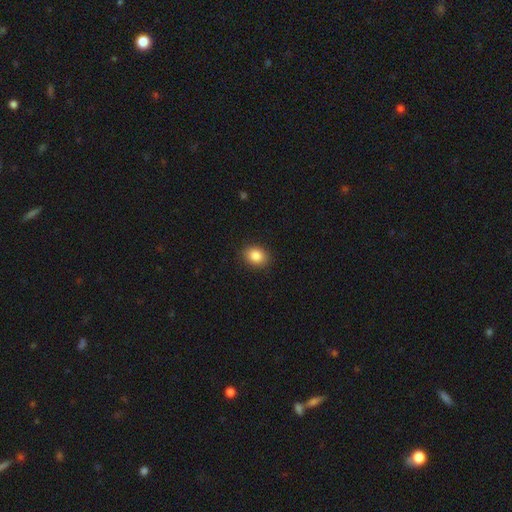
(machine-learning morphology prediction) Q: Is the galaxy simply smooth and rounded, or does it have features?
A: smooth — 86%.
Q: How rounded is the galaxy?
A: in between — 59%.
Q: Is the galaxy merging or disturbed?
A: none — 89%.